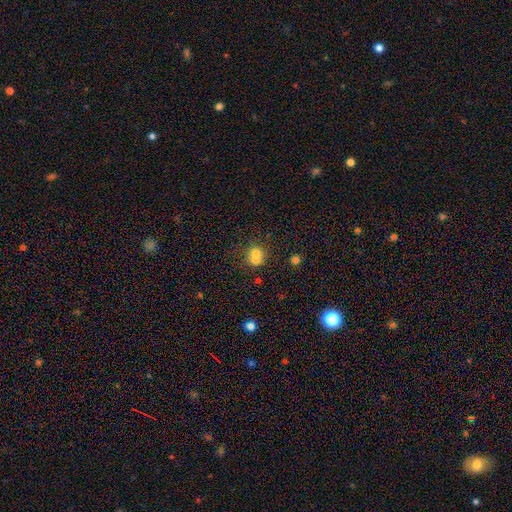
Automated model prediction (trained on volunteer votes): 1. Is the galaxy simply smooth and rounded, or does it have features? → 68% smooth, 18% featured or disk, 14% star or artifact.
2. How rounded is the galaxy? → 81% round, 18% in between, 1% cigar-shaped.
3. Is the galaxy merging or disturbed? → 56% merger, 34% none, 7% minor disturbance, 3% major disturbance.